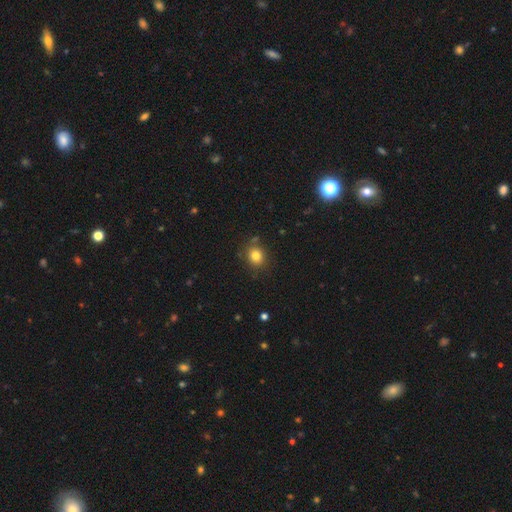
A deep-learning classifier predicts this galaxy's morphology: smooth-or-featured: smooth: 81% | star or artifact: 12% | featured or disk: 7%
  how-rounded: round: 73% | in between: 26% | cigar-shaped: 1%
  merging: none: 82% | minor disturbance: 11% | merger: 4% | major disturbance: 3%